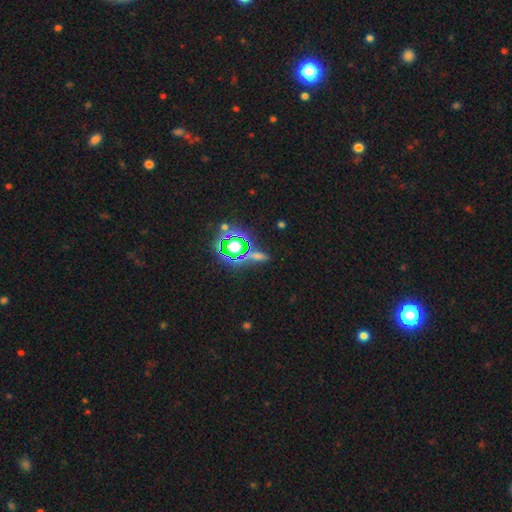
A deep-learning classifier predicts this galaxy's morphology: Smooth or featured: star or artifact — 57% (smooth — 30%)